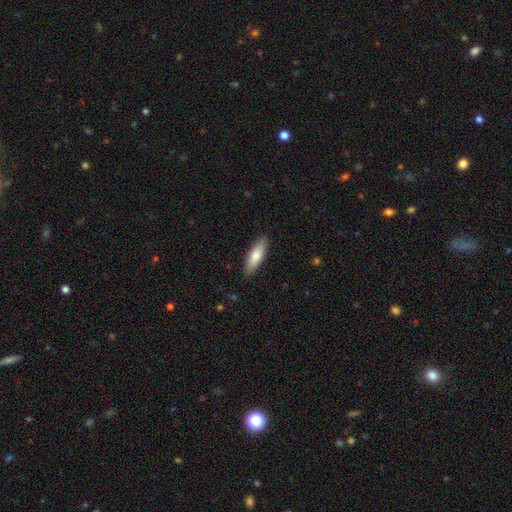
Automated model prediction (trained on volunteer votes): smooth 75%, featured or disk 20%, star or artifact 6%. Down the decision tree: how rounded — cigar-shaped (50%); merging — none (88%).